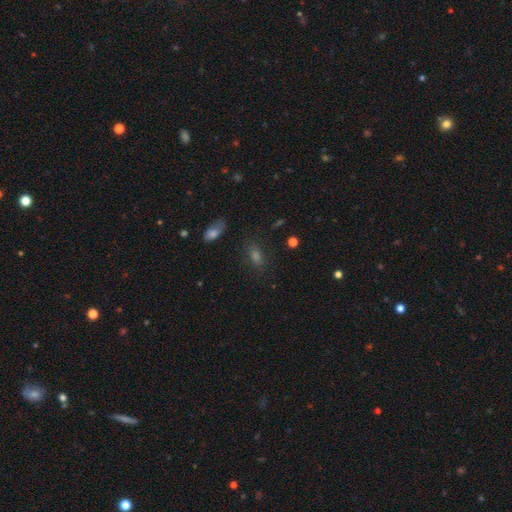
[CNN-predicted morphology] Overall: smooth (57%; star or artifact 27%). How rounded: in between (76%). Merging: none (79%).